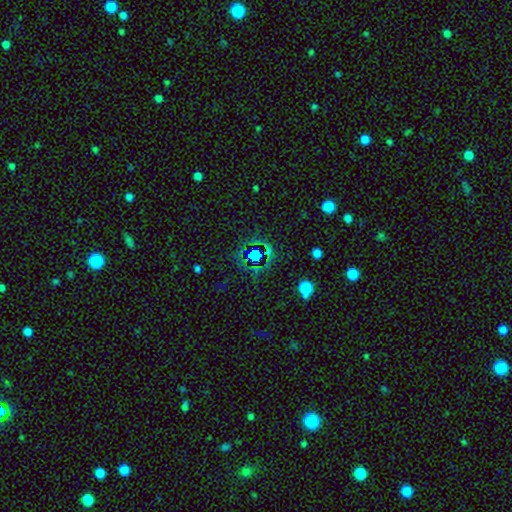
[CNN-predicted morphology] The model was most divided on "smooth or featured": star or artifact: 69%, smooth: 20%, featured or disk: 11%.